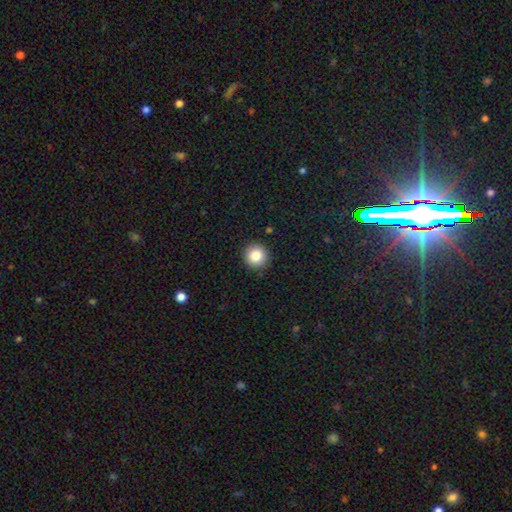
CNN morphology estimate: Q: Smooth or featured?
A: smooth (86%); runner-up: star or artifact (9%)
Q: How rounded?
A: round (95%); runner-up: in between (4%)
Q: Merging?
A: none (91%); runner-up: minor disturbance (6%)